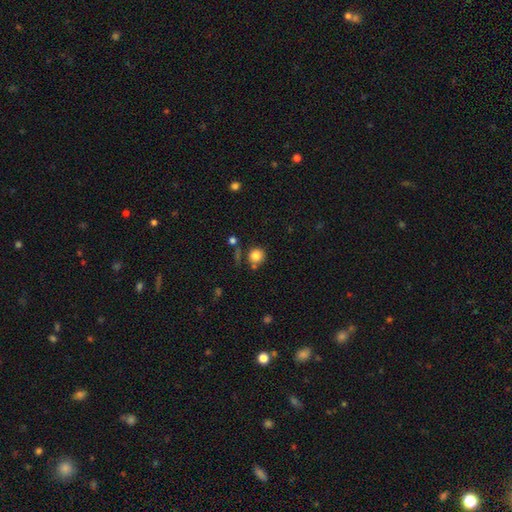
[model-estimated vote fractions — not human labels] Morphology: type=smooth (82%); roundness=round (91%); merging=none (73%).